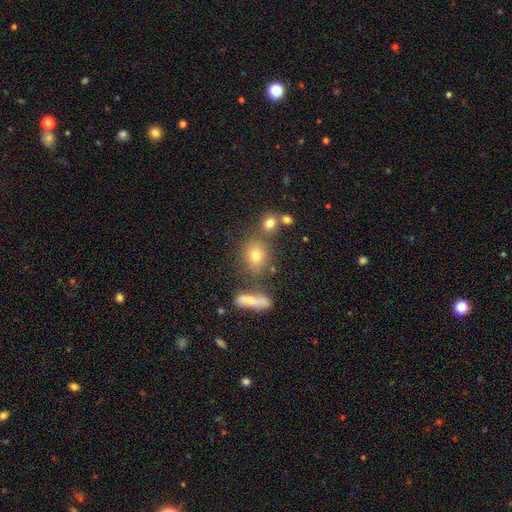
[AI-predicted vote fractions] This is likely a smooth galaxy (67%). How rounded: likely round (64%). Merging: likely none (68%).